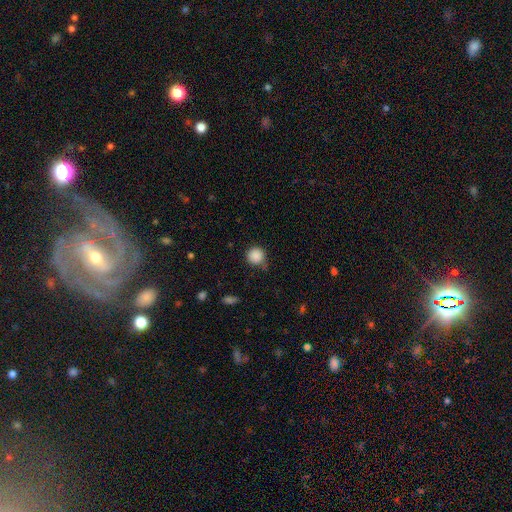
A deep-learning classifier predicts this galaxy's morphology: This is clearly a smooth galaxy (87%). How rounded: clearly round (93%). Merging: likely none (71%).